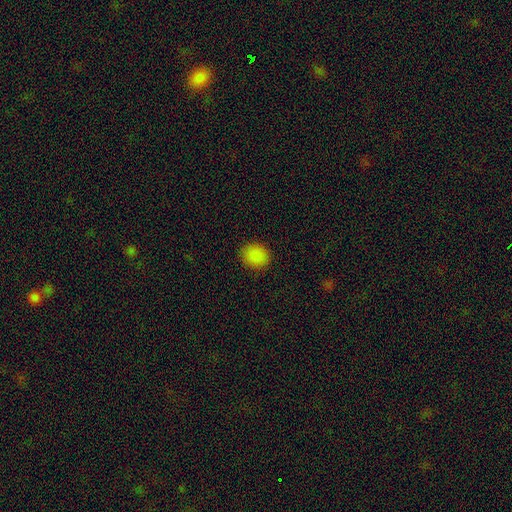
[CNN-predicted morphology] A smooth galaxy with no disk features (86%) that is round (70%).

Vote fractions:
- Smooth or featured? smooth: 86% / star or artifact: 11% / featured or disk: 3%
- How rounded? round: 70% / in between: 29% / cigar-shaped: 1%
- Merging? none: 89% / minor disturbance: 8% / major disturbance: 2% / merger: 1%